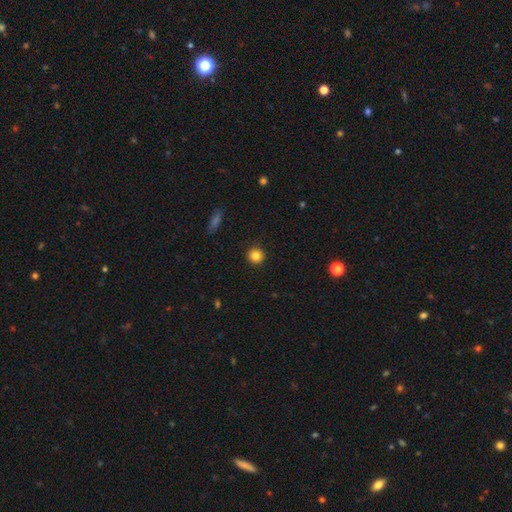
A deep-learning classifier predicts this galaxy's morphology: type=smooth (85%); roundness=round (94%); merging=none (92%).